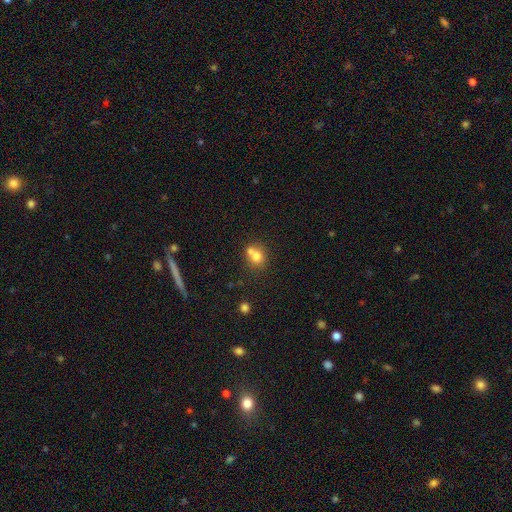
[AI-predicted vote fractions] Smooth or featured?
  - smooth: 73% *
  - featured or disk: 16%
  - star or artifact: 12%
How rounded?
  - round: 70% *
  - in between: 28%
  - cigar-shaped: 1%
Merging?
  - merger: 48% *
  - none: 38%
  - minor disturbance: 10%
  - major disturbance: 4%